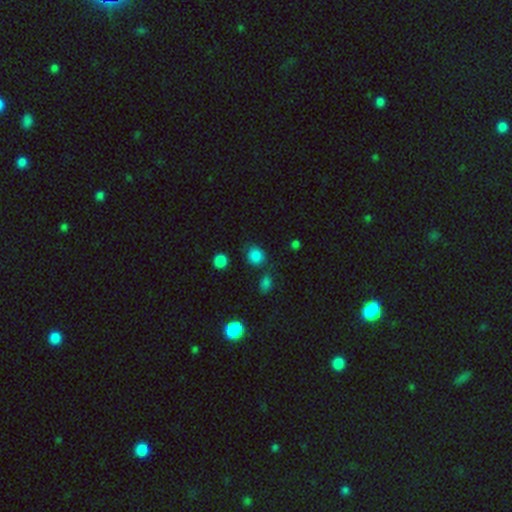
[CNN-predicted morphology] smooth 83%, star or artifact 13%, featured or disk 4%. Down the decision tree: how rounded — round (75%); merging — none (74%).